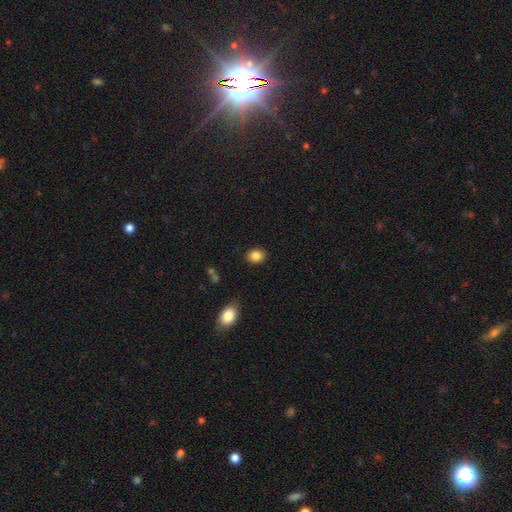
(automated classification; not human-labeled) Q: Smooth or featured?
A: smooth (86%); runner-up: star or artifact (9%)
Q: How rounded?
A: round (55%); runner-up: in between (44%)
Q: Merging?
A: none (87%); runner-up: minor disturbance (9%)